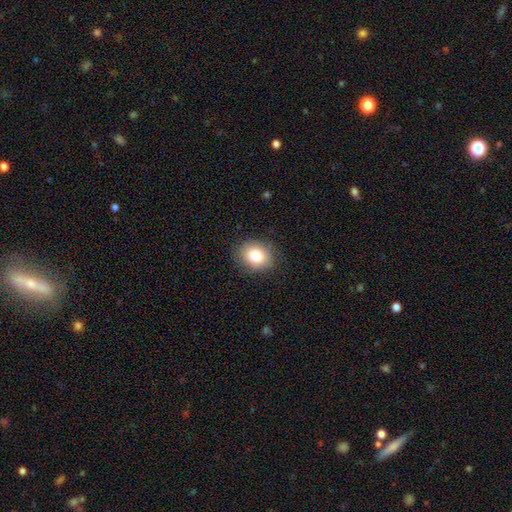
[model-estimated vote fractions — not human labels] Morphology: type=smooth (81%); roundness=round (50%); merging=none (85%).